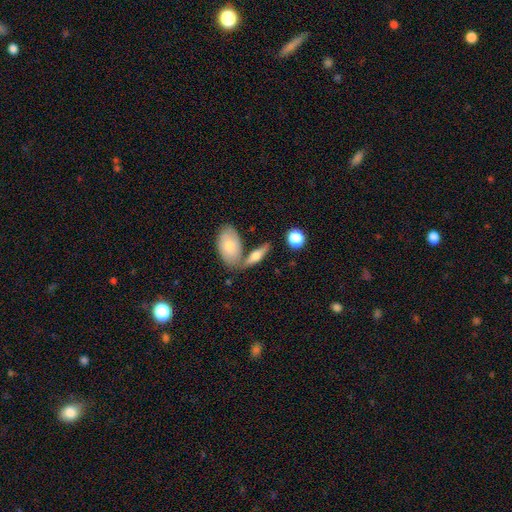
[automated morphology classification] This is possibly a smooth galaxy (56%). How rounded: possibly in between (60%). Merging: possibly none (56%).